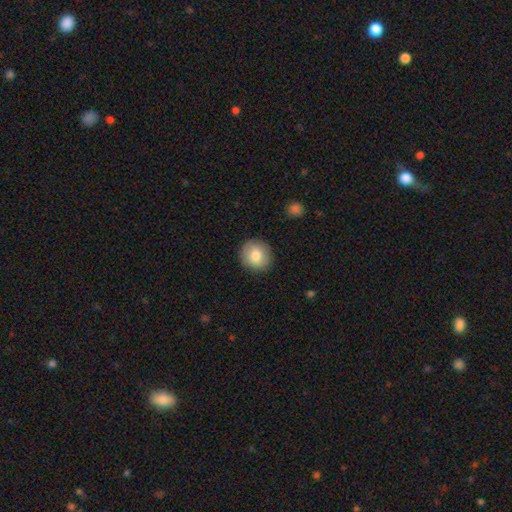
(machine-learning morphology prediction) smooth 80%, featured or disk 12%, star or artifact 8%. Down the decision tree: how rounded — round (89%); merging — none (90%).